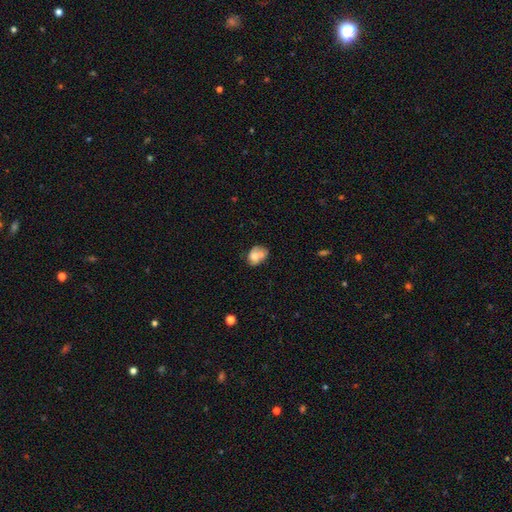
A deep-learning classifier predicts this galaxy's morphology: The model was most divided on "merging": none: 37%, minor disturbance: 28%, merger: 23%, major disturbance: 13%. More confident: how rounded — in between (67%); smooth or featured — smooth (65%).